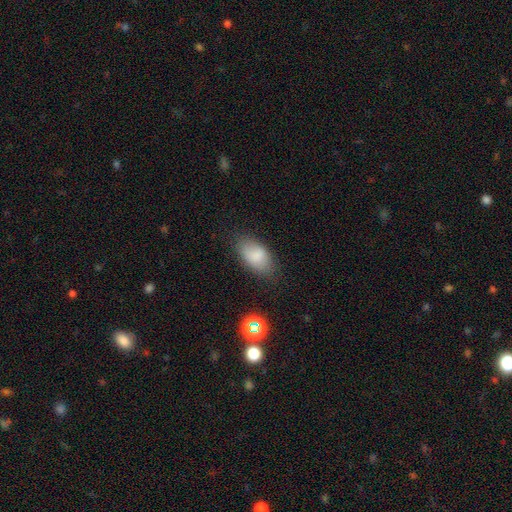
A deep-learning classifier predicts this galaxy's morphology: Overall: smooth (83%). How rounded: in between (92%). Merging: none (75%).